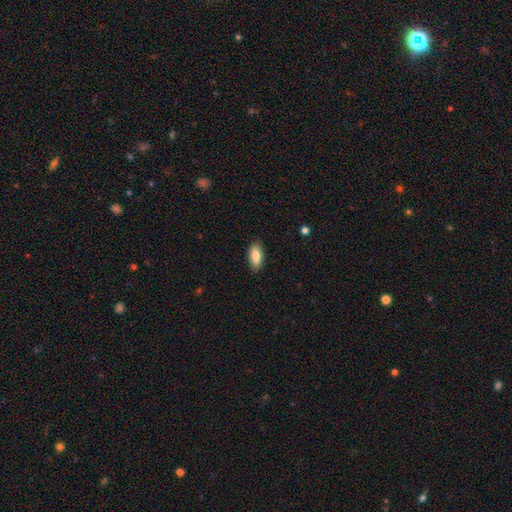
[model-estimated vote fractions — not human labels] Smooth or featured? Predicted: smooth (p=0.82). How rounded? Predicted: in between (p=0.84). Merging? Predicted: none (p=0.87).